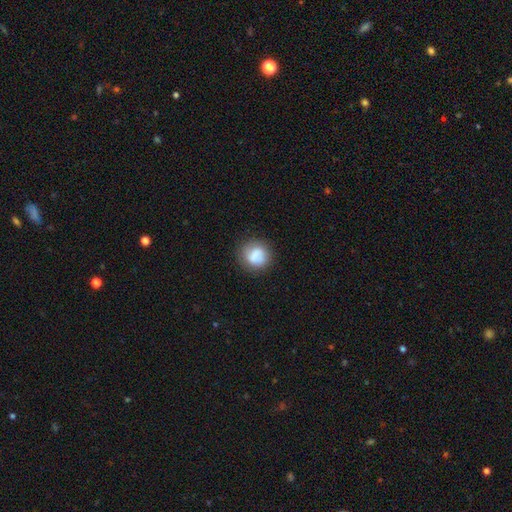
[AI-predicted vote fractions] This appears to be a smooth galaxy with no disk features (78%) that is round (84%). Merging: none (73%).